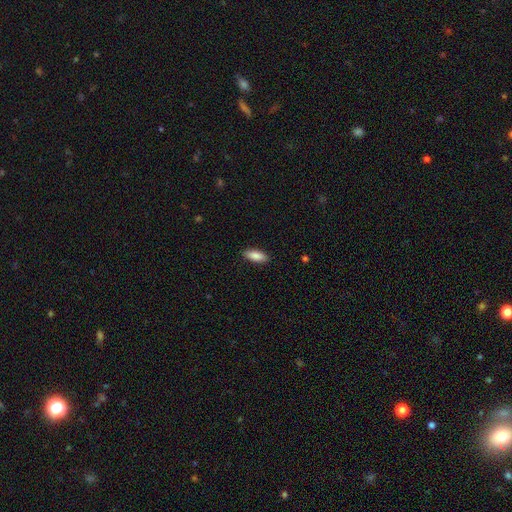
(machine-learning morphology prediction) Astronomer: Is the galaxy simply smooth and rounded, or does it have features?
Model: smooth — 86%.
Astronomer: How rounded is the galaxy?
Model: in between — 74%.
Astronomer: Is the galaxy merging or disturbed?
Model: none — 89%.